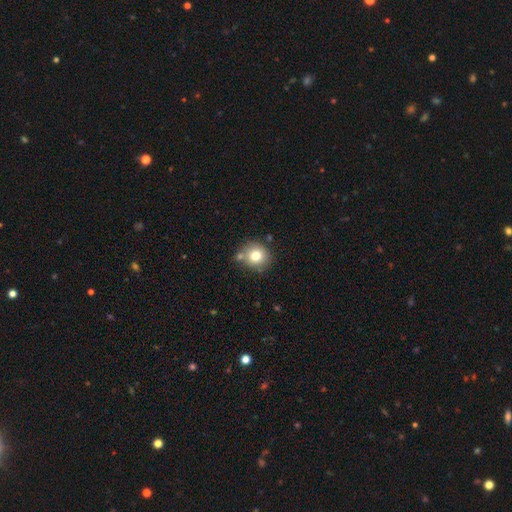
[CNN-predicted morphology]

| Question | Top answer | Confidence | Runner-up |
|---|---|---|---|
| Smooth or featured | smooth | 76% | featured or disk (13%) |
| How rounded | round | 86% | in between (13%) |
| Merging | none | 70% | merger (14%) |